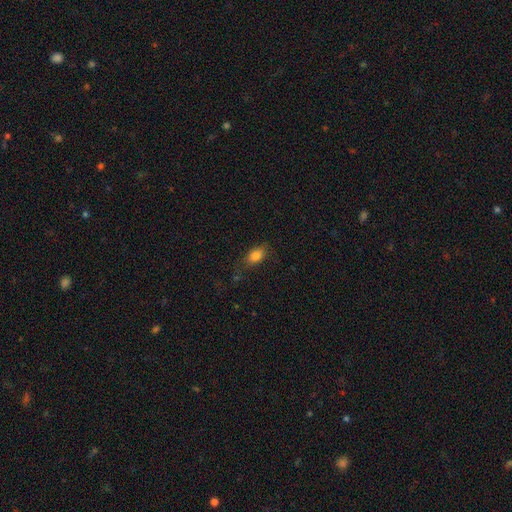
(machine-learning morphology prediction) Q: Smooth or featured?
A: smooth (82%); runner-up: star or artifact (10%)
Q: How rounded?
A: in between (86%); runner-up: round (10%)
Q: Merging?
A: none (75%); runner-up: minor disturbance (17%)